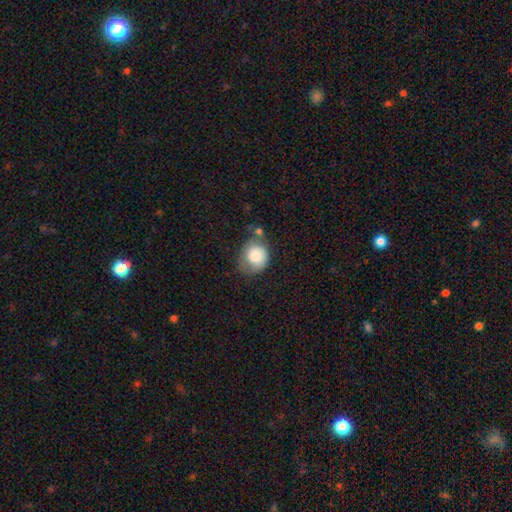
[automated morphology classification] type=smooth (78%); roundness=round (72%); merging=none (39%).